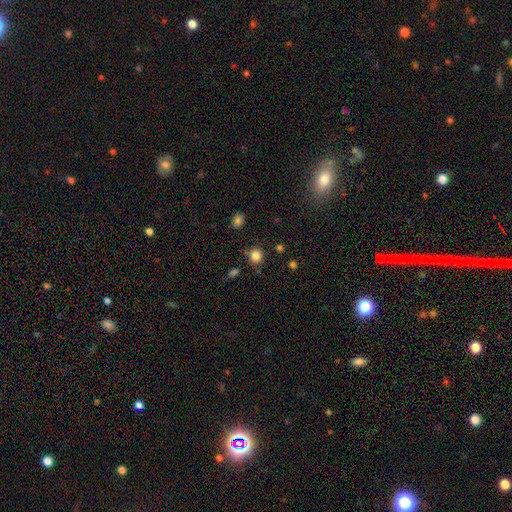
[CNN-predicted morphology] This appears to be a smooth galaxy with no disk features (83%) that is round (89%). Merging: none (85%).